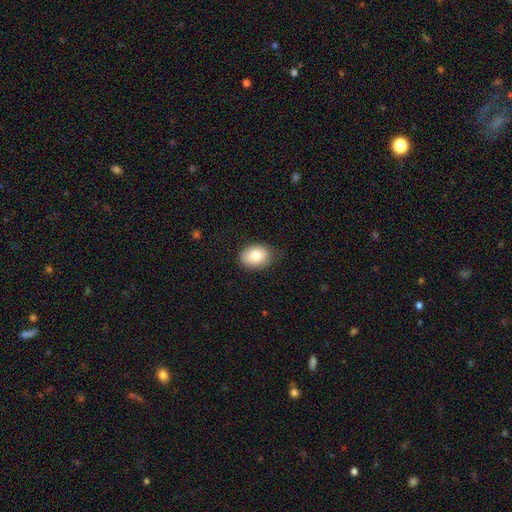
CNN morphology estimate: smooth 83%, featured or disk 10%, star or artifact 7%. Down the decision tree: how rounded — in between (77%); merging — none (80%).